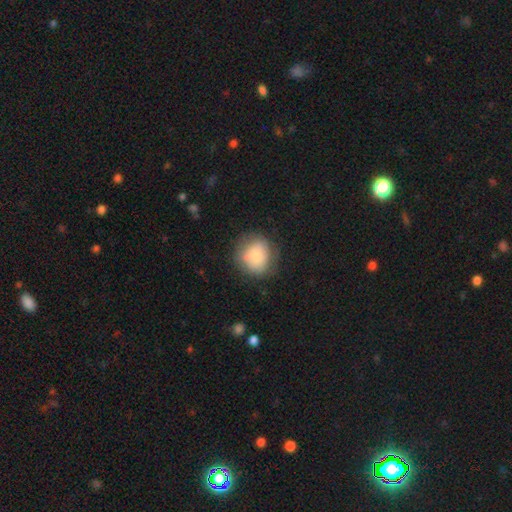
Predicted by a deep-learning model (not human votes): smooth_or_featured: smooth (p=0.79) [alt: featured or disk p=0.13]
how_rounded: round (p=0.75) [alt: in between p=0.24]
merging: none (p=0.65) [alt: minor disturbance p=0.23]